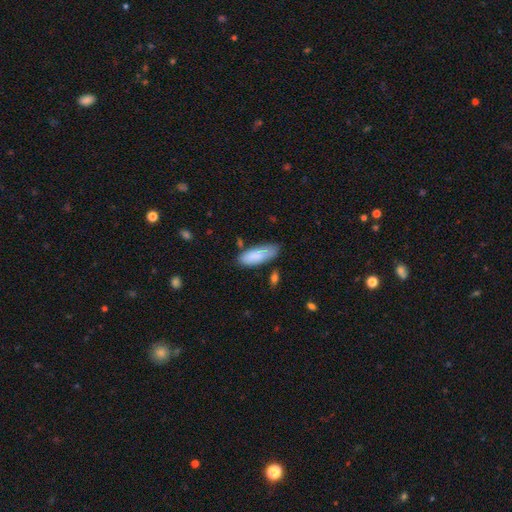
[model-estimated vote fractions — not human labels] smooth 86%, featured or disk 8%, star or artifact 6%. Down the decision tree: how rounded — in between (70%); merging — none (66%).